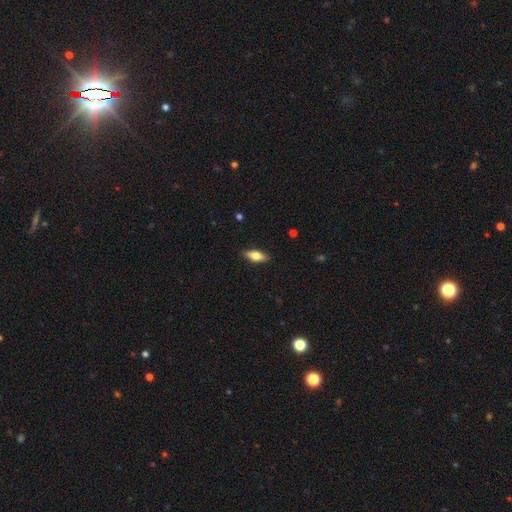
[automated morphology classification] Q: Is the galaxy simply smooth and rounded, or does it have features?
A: smooth — 69%.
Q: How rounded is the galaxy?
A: in between — 71%.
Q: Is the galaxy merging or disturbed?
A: none — 88%.